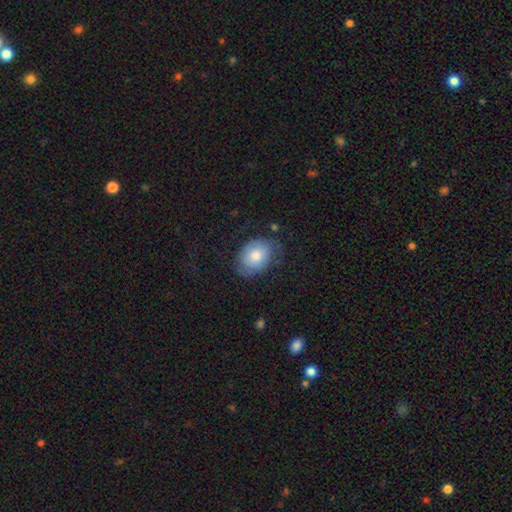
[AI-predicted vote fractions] smooth_or_featured: smooth (p=0.60) [alt: featured or disk p=0.32]
how_rounded: in between (p=0.67) [alt: round p=0.32]
merging: none (p=0.61) [alt: minor disturbance p=0.25]